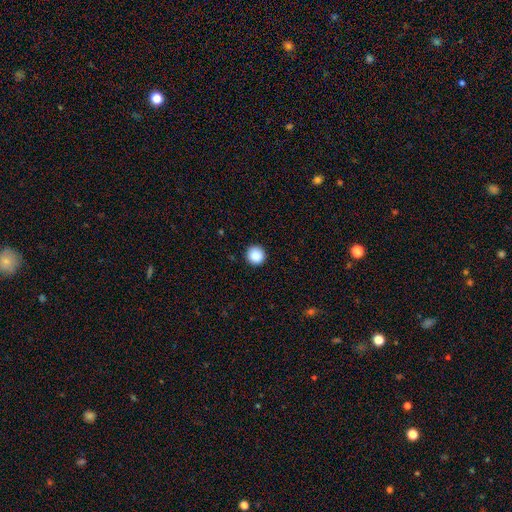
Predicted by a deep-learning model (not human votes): smooth-or-featured: smooth: 88% | star or artifact: 9% | featured or disk: 3%
  how-rounded: round: 96% | in between: 3% | cigar-shaped: 1%
  merging: none: 93% | minor disturbance: 5% | major disturbance: 2% | merger: 1%